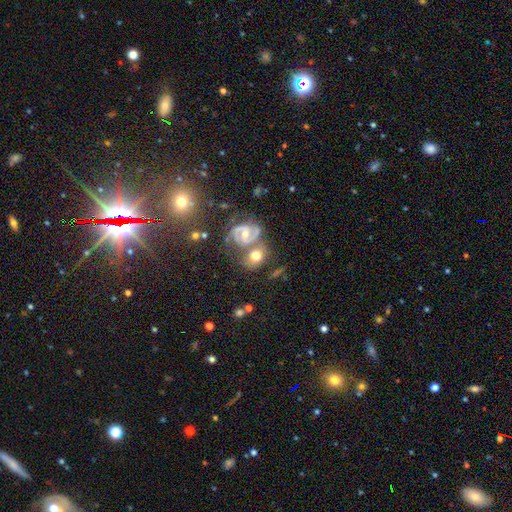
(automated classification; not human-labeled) Smooth or featured: featured or disk — 51% (smooth — 40%)
Edge-on disk: no — 95% (yes — 5%)
Merging: none — 47% (merger — 33%)